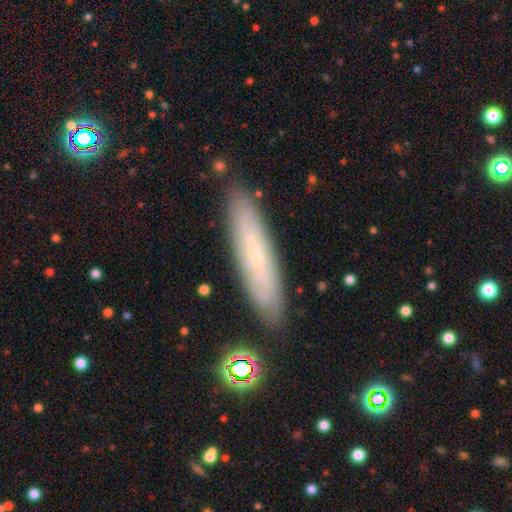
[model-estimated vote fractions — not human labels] smooth-or-featured: featured or disk: 50% | smooth: 41% | star or artifact: 9%
  merging: none: 86% | minor disturbance: 10% | merger: 2% | major disturbance: 2%